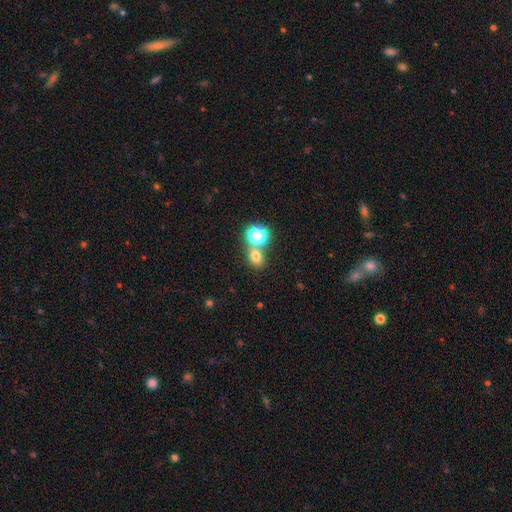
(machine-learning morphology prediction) Overall: smooth (69%). How rounded: round (54%; in between 44%). Merging: none (60%; merger 28%).